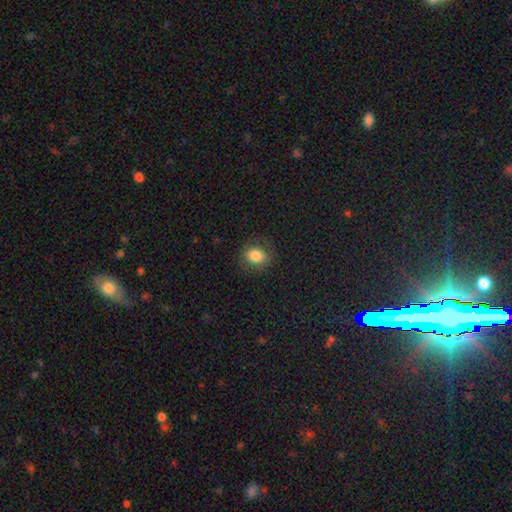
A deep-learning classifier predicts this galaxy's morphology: smooth-or-featured: smooth: 81% | star or artifact: 10% | featured or disk: 9%
  how-rounded: round: 62% | in between: 37% | cigar-shaped: 1%
  merging: none: 81% | minor disturbance: 13% | major disturbance: 5% | merger: 1%